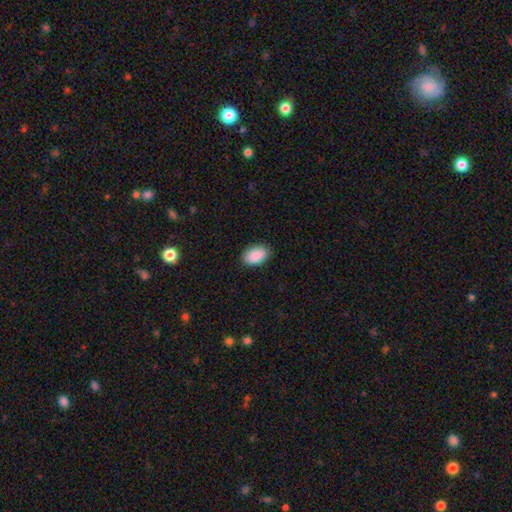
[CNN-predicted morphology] Overall: smooth (89%). How rounded: in between (90%). Merging: none (86%).